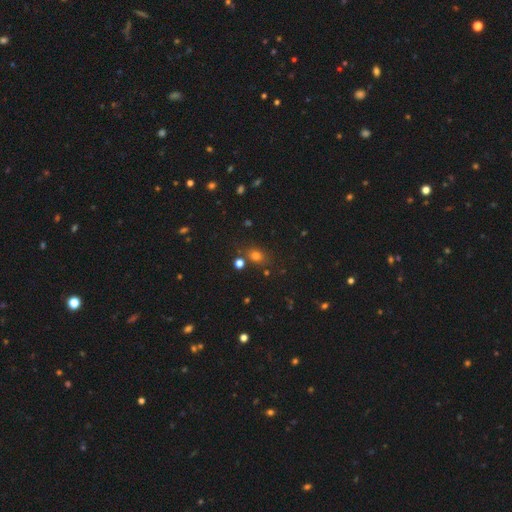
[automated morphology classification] Q: Smooth or featured?
A: smooth (72%); runner-up: star or artifact (21%)
Q: How rounded?
A: round (55%); runner-up: in between (44%)
Q: Merging?
A: none (76%); runner-up: minor disturbance (12%)